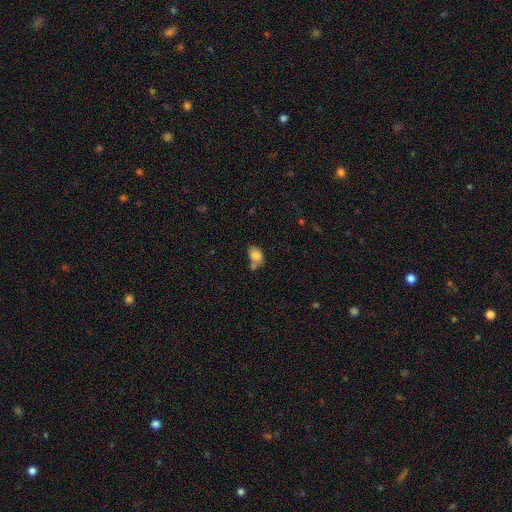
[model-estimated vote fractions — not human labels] smooth-or-featured: smooth: 81% | featured or disk: 10% | star or artifact: 9%
  how-rounded: in between: 73% | round: 25% | cigar-shaped: 1%
  merging: none: 41% | merger: 32% | minor disturbance: 20% | major disturbance: 7%